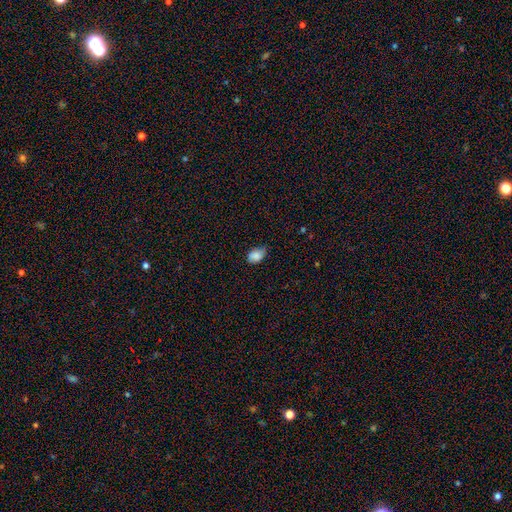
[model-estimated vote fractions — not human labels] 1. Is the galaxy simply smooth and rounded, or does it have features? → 84% smooth, 8% star or artifact, 8% featured or disk.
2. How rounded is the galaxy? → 82% in between, 17% round, 1% cigar-shaped.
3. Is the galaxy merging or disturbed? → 57% none, 36% minor disturbance, 6% major disturbance, 1% merger.